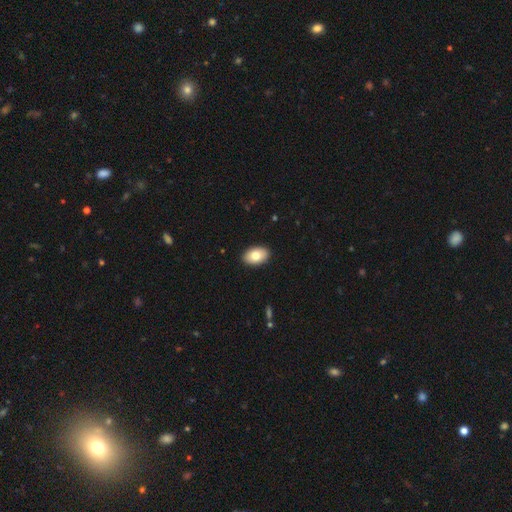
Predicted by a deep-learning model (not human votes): This is likely a smooth galaxy (79%). How rounded: clearly in between (92%). Merging: clearly none (90%).